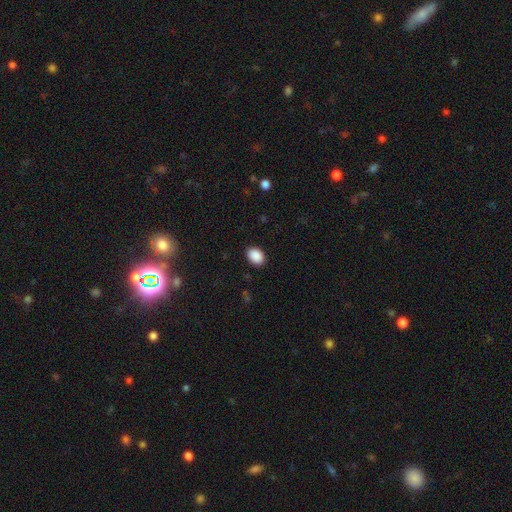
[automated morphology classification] This is clearly a smooth galaxy (90%). How rounded: likely in between (73%). Merging: clearly none (90%).